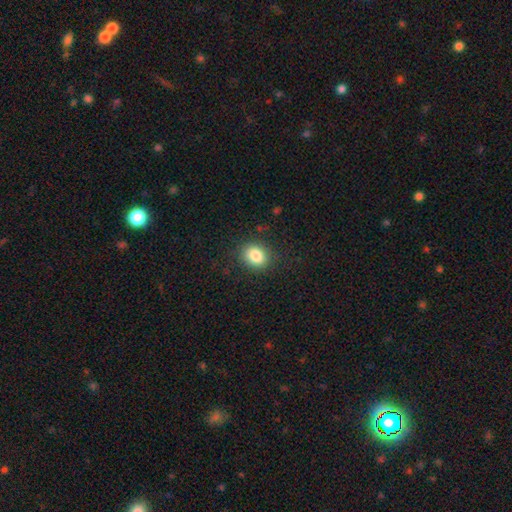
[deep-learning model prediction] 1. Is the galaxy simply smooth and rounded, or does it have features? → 84% smooth, 10% star or artifact, 6% featured or disk.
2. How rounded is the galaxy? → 56% round, 43% in between, 1% cigar-shaped.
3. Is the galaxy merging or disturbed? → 86% none, 10% minor disturbance, 4% major disturbance, 1% merger.